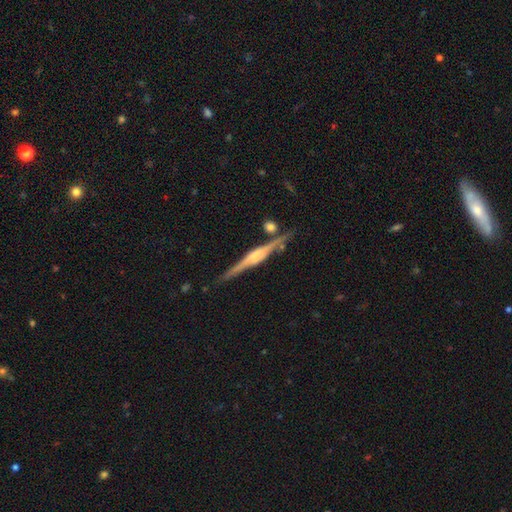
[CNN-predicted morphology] Smooth or featured: featured or disk — 82% (smooth — 12%)
Edge-on disk: yes — 98% (no — 2%)
Edge-on bulge: rounded — 69% (boxy — 24%)
Merging: none — 84% (minor disturbance — 10%)